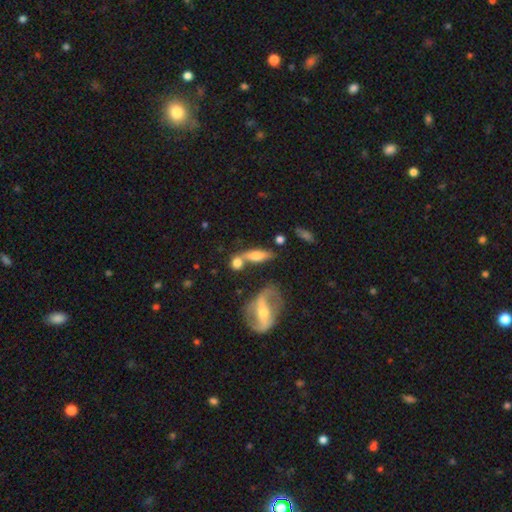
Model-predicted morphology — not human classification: The model was most divided on "how rounded": in between: 49%, cigar-shaped: 43%, round: 8%. Remaining: smooth or featured — smooth (52%); merging — none (44%).